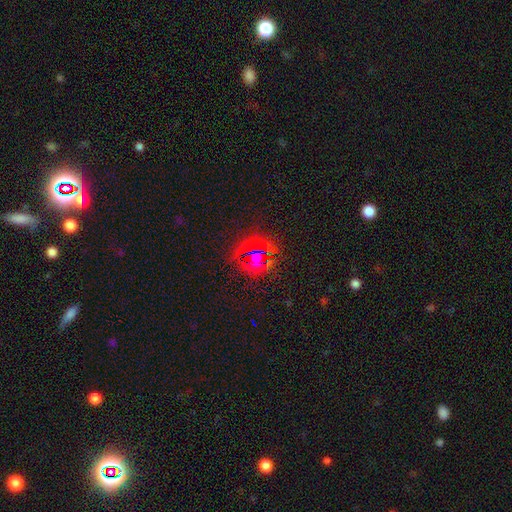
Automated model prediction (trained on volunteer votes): This is likely a star or artifact rather than a galaxy (66%).